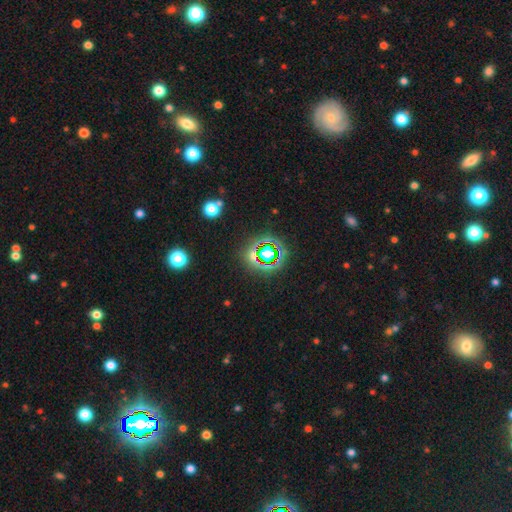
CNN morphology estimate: Q: Smooth or featured?
A: star or artifact (65%); runner-up: smooth (23%)